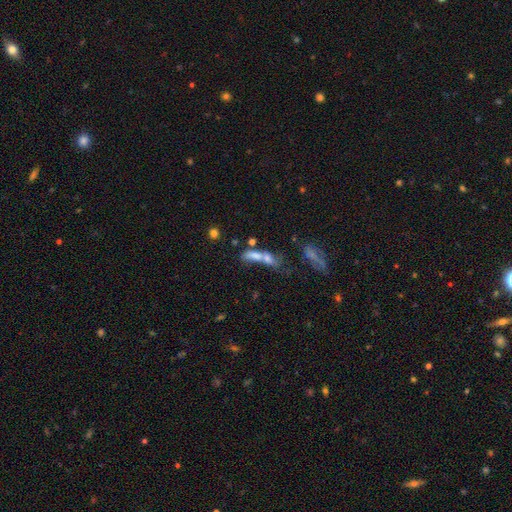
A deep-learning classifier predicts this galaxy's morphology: type=smooth (63%); roundness=in between (55%); merging=merger (61%).